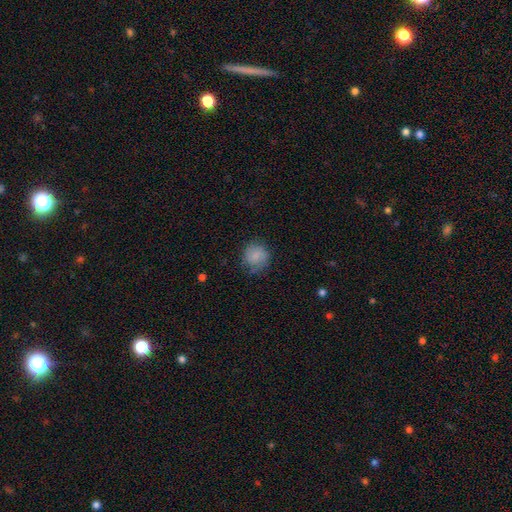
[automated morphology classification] A smooth galaxy with no disk features (84%) that is round (87%). Merging: none (78%).